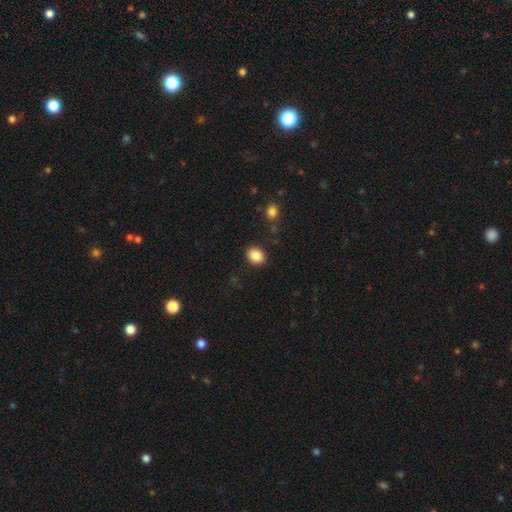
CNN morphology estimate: type=smooth (86%); roundness=in between (58%); merging=none (88%).